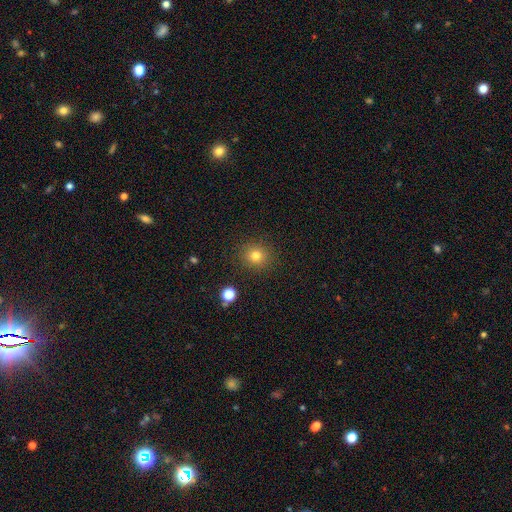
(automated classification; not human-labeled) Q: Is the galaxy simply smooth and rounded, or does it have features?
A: smooth — 79%.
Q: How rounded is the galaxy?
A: round — 88%.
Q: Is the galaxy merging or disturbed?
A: none — 89%.